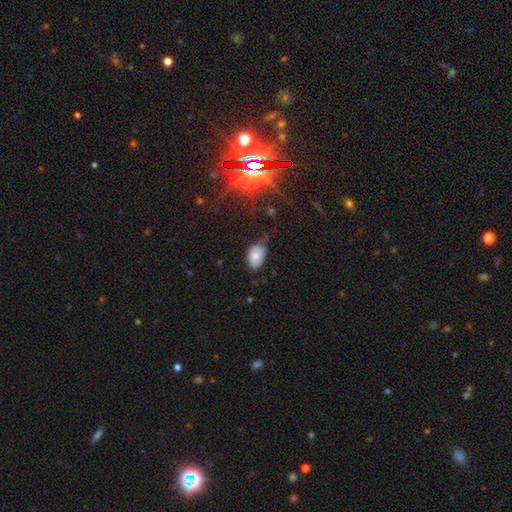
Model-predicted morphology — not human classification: type=smooth (75%); roundness=in between (86%); merging=none (49%).